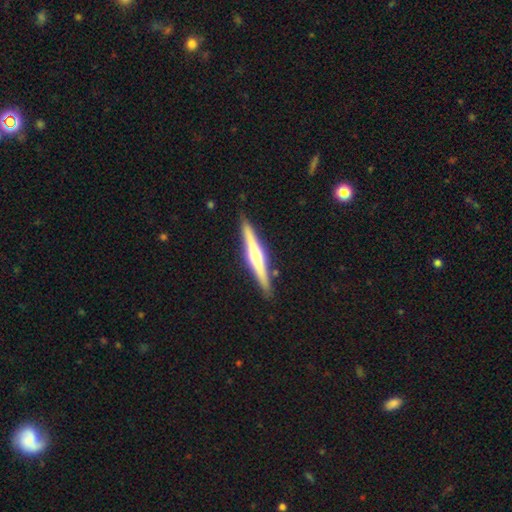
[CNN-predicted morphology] This appears to be a featured or disk galaxy (66%) viewed edge-on (98%) with a rounded central bulge (83%). Merging: none (89%).